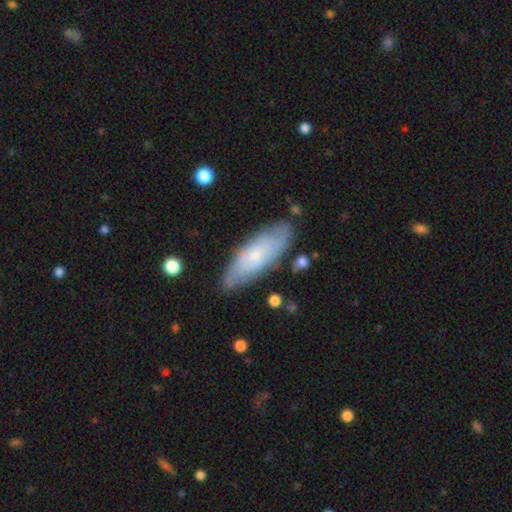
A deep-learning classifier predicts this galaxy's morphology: The model was most divided on "smooth or featured": featured or disk: 51%, smooth: 43%, star or artifact: 6%. More confident: merging — none (77%); edge-on disk — no (77%).